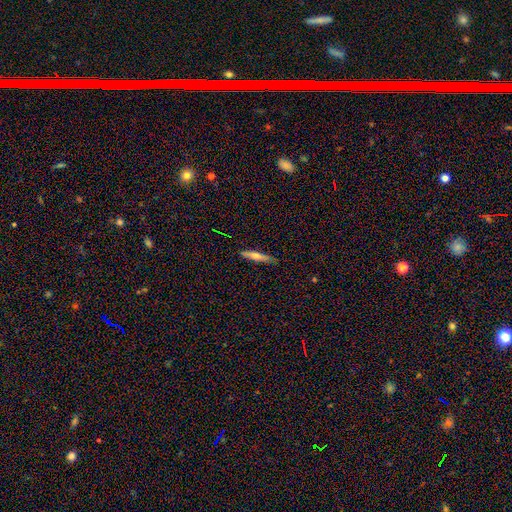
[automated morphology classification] Smooth or featured? Predicted: smooth (p=0.55). How rounded? Predicted: cigar-shaped (p=0.88). Merging? Predicted: none (p=0.87).